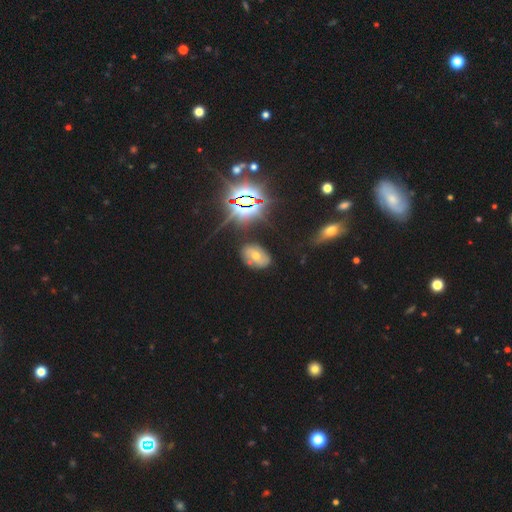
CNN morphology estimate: A star or artifact, not a galaxy (43%).